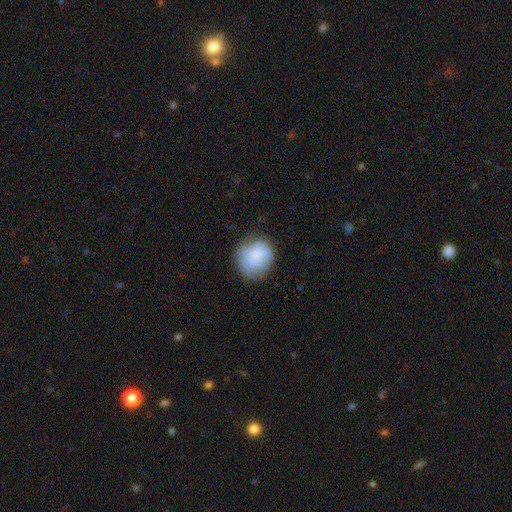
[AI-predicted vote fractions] Smooth or featured: smooth — 73% (featured or disk — 19%)
How rounded: round — 81% (in between — 18%)
Merging: none — 66% (minor disturbance — 24%)